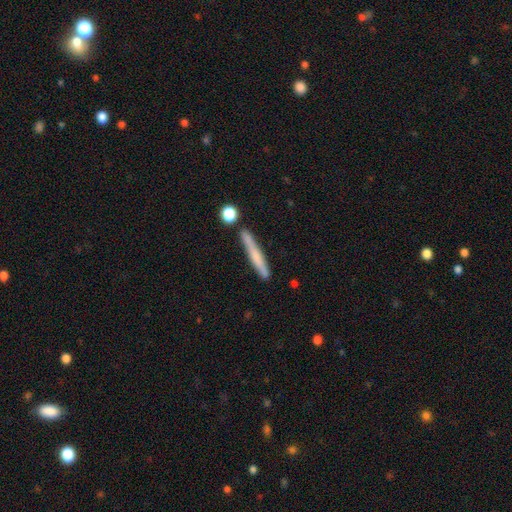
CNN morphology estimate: Overall: smooth (56%; featured or disk 37%). How rounded: cigar-shaped (95%). Merging: none (82%).